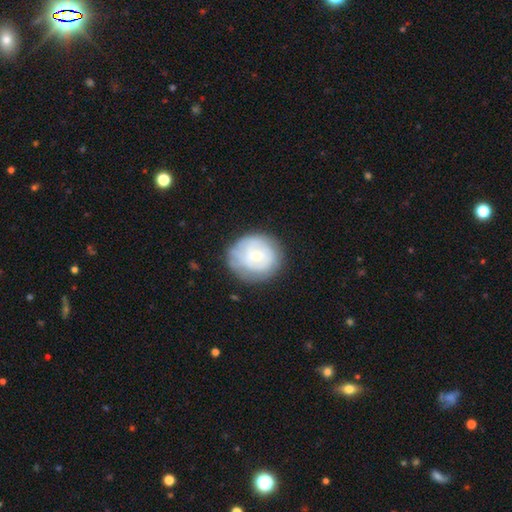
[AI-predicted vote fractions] smooth 51%, featured or disk 43%, star or artifact 6%. Down the decision tree: how rounded — round (88%); merging — none (69%).